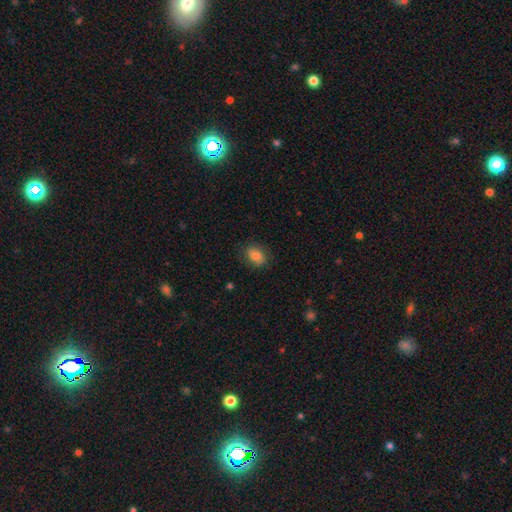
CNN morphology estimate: A smooth galaxy with no disk features (81%) that is in between round and cigar-shaped (75%). Merging: none (81%).